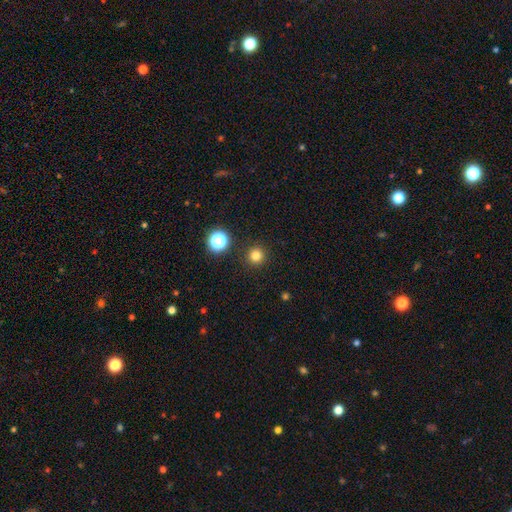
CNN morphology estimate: Smooth or featured? smooth (80%)
How rounded? round (96%)
Merging? none (92%)